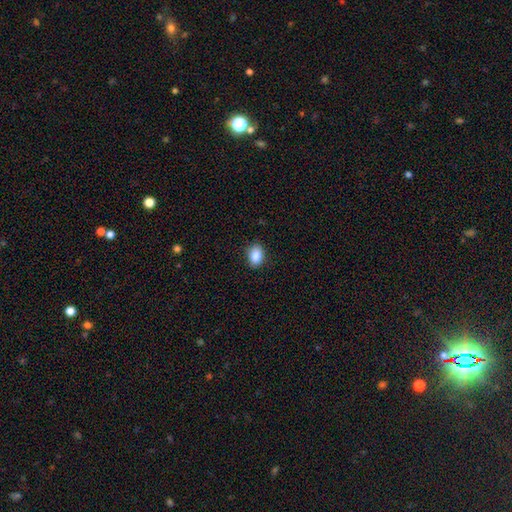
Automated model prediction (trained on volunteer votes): Smooth or featured?
  - smooth: 88% *
  - star or artifact: 8%
  - featured or disk: 4%
How rounded?
  - in between: 78% *
  - round: 21%
  - cigar-shaped: 1%
Merging?
  - none: 88% *
  - minor disturbance: 9%
  - major disturbance: 2%
  - merger: 1%